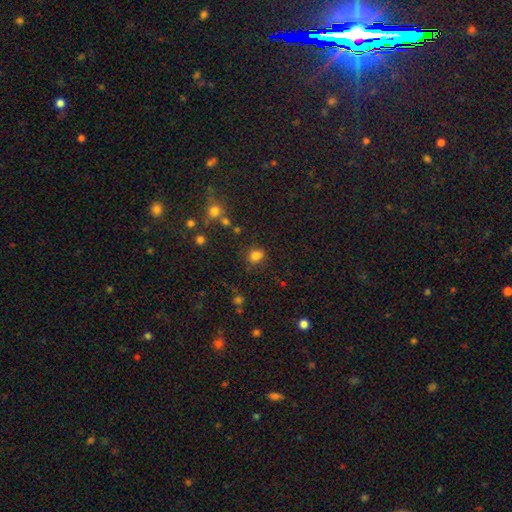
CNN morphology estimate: Smooth or featured?
  - smooth: 78% *
  - star or artifact: 16%
  - featured or disk: 6%
How rounded?
  - round: 56% *
  - in between: 42%
  - cigar-shaped: 1%
Merging?
  - none: 66% *
  - minor disturbance: 18%
  - merger: 10%
  - major disturbance: 6%